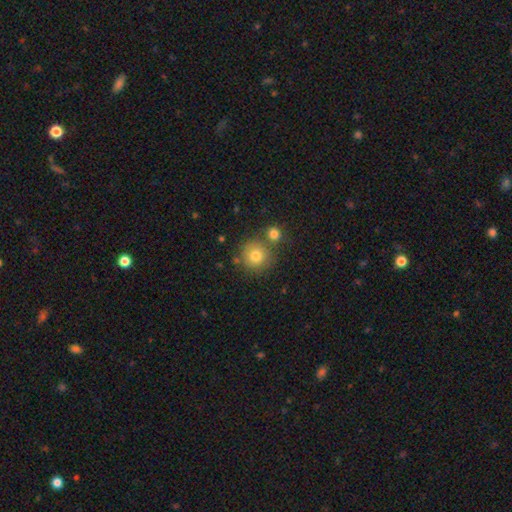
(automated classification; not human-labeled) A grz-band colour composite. It shows a smooth galaxy with no disk features (79%) that is round (93%). Merging: none (69%).